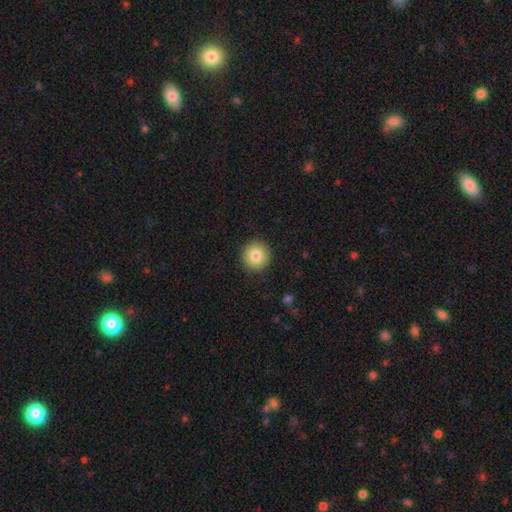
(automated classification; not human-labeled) This appears to be a smooth galaxy with no disk features (81%) that is round (95%). Merging: none (92%).